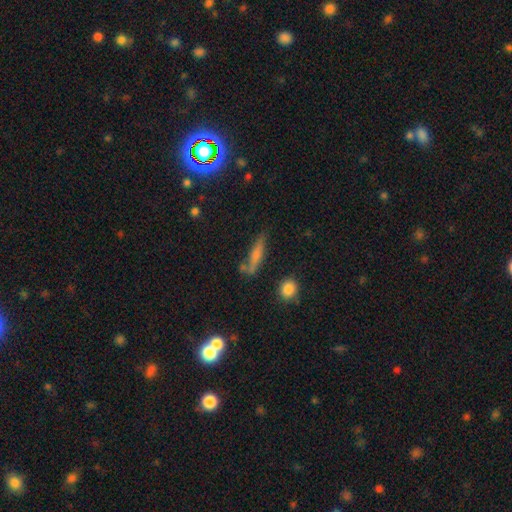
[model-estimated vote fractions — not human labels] A smooth galaxy with no disk features (59%) that is cigar-shaped (80%). Merging: none (63%).